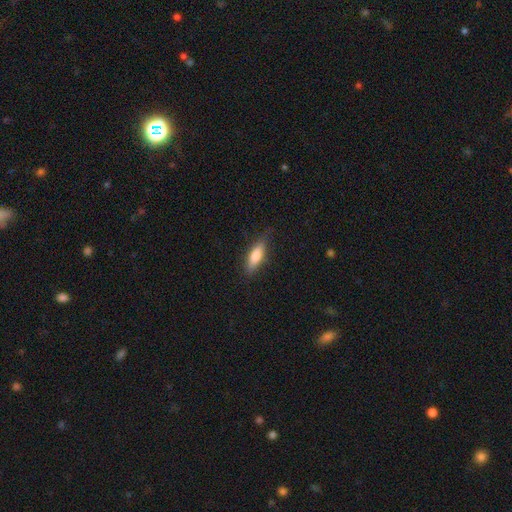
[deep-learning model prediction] The model was most divided on "how rounded": cigar-shaped: 51%, in between: 47%, round: 2%. More confident: merging — none (83%); smooth or featured — smooth (70%).